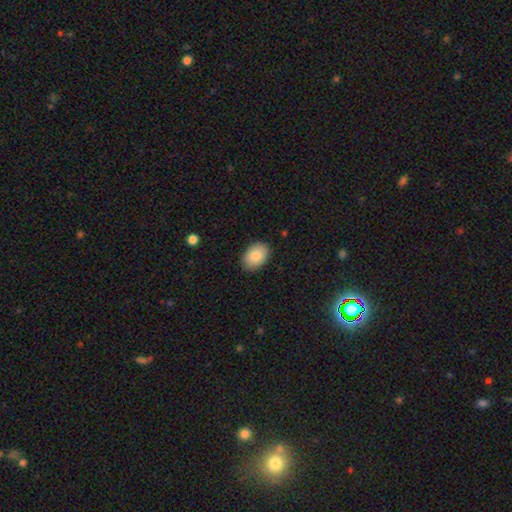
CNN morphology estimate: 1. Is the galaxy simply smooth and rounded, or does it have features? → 85% smooth, 8% featured or disk, 7% star or artifact.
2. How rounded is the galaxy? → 84% in between, 15% round, 1% cigar-shaped.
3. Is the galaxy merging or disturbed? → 88% none, 9% minor disturbance, 2% major disturbance, 1% merger.